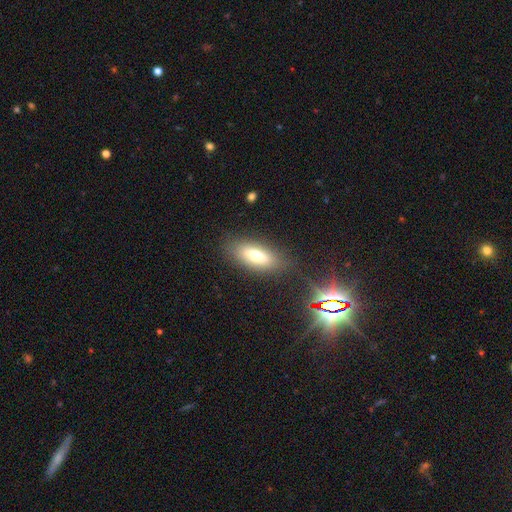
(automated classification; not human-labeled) Smooth or featured: smooth — 66% (featured or disk — 24%)
How rounded: in between — 71% (cigar-shaped — 26%)
Merging: none — 81% (minor disturbance — 12%)